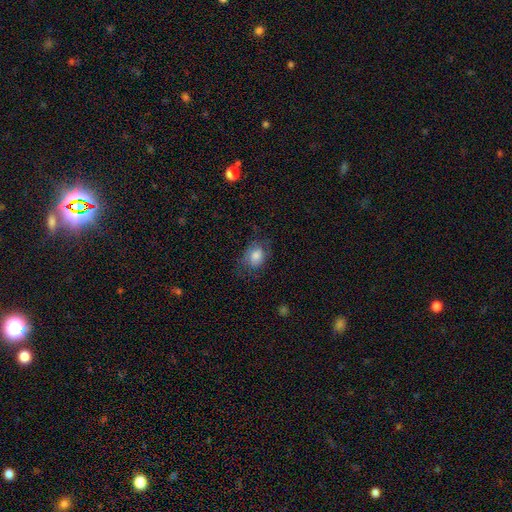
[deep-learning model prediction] Morphology: type=smooth (72%); roundness=in between (69%); merging=none (59%).